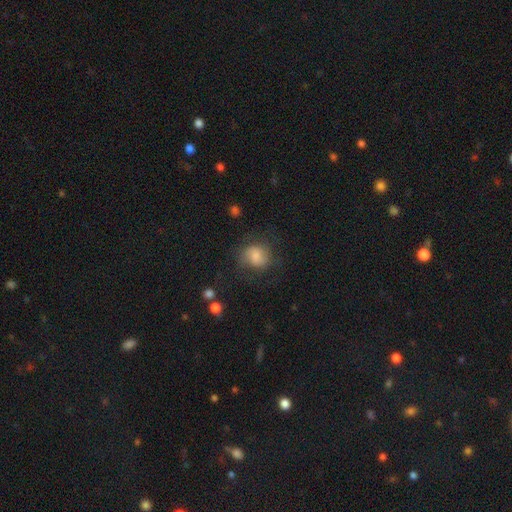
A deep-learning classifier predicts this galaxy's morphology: The model was most divided on "smooth or featured": smooth: 58%, featured or disk: 30%, star or artifact: 12%. More confident: how rounded — round (70%); merging — none (63%).